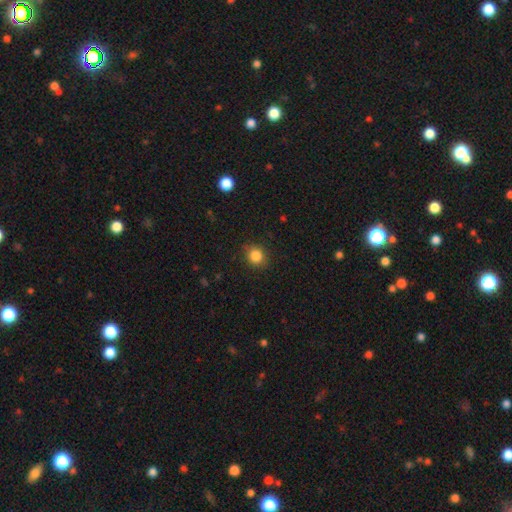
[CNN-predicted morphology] Overall: smooth (85%). How rounded: round (77%). Merging: none (86%).